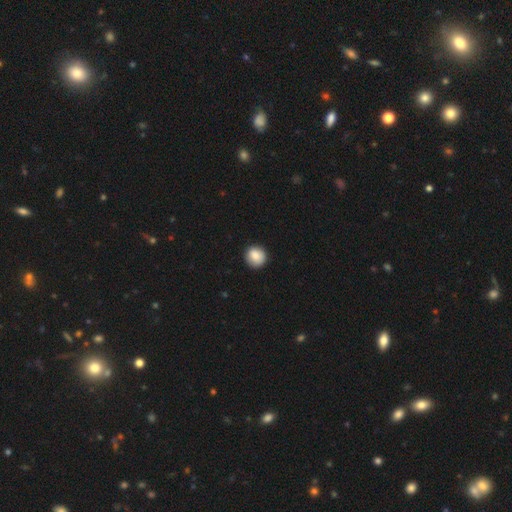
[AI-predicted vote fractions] Q: Smooth or featured?
A: smooth (84%); runner-up: featured or disk (9%)
Q: How rounded?
A: round (92%); runner-up: in between (7%)
Q: Merging?
A: none (89%); runner-up: minor disturbance (8%)